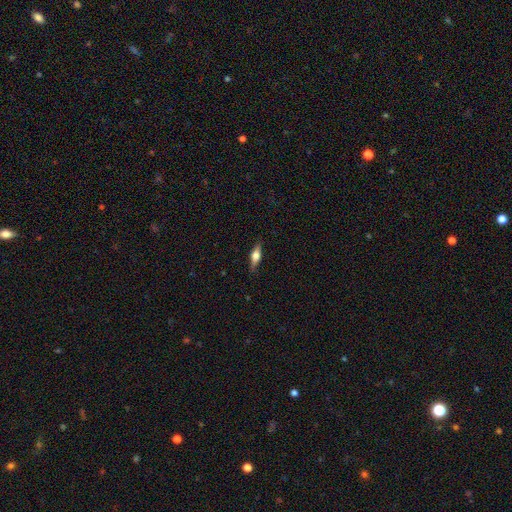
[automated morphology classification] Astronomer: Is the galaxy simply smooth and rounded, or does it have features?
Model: smooth — 47% (runner-up: featured or disk, 46%).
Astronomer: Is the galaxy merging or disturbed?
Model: none — 83%.